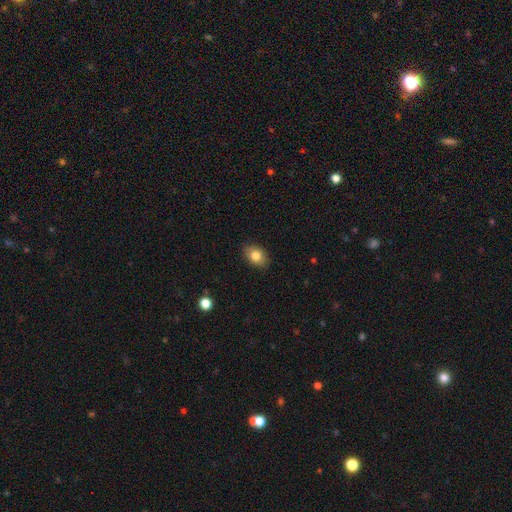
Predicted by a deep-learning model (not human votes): Q: Smooth or featured?
A: smooth (81%); runner-up: featured or disk (10%)
Q: How rounded?
A: in between (79%); runner-up: round (19%)
Q: Merging?
A: none (87%); runner-up: minor disturbance (10%)